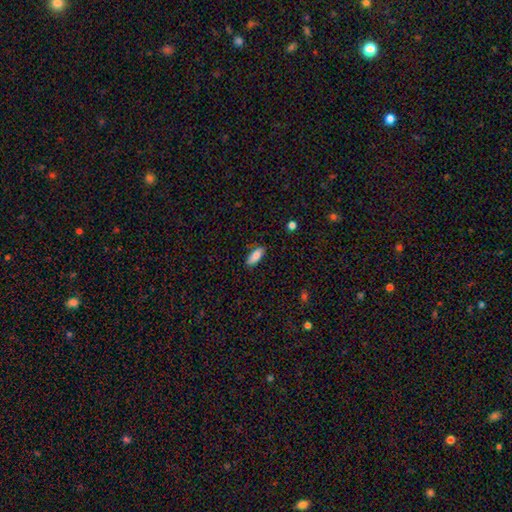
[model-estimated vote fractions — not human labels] Morphology: type=smooth (85%); roundness=in between (74%); merging=none (84%).